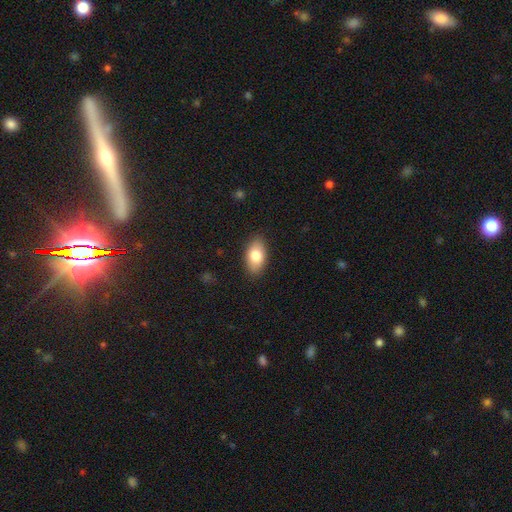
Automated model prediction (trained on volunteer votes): smooth_or_featured: smooth (p=0.80) [alt: featured or disk p=0.13]
how_rounded: in between (p=0.92) [alt: round p=0.04]
merging: none (p=0.87) [alt: minor disturbance p=0.10]